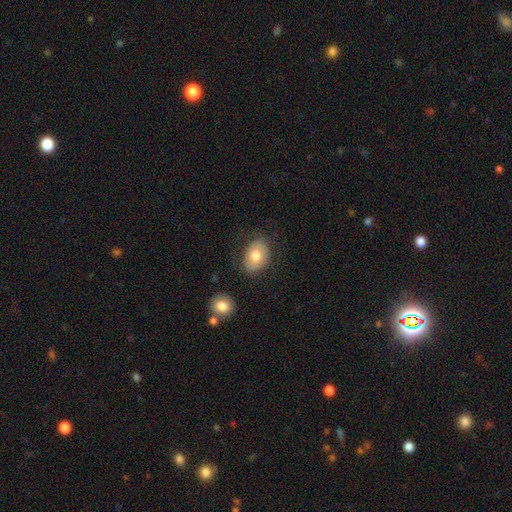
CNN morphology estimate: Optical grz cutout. It shows a smooth galaxy with no disk features (74%) that is in between round and cigar-shaped (75%). Merging: none (75%).